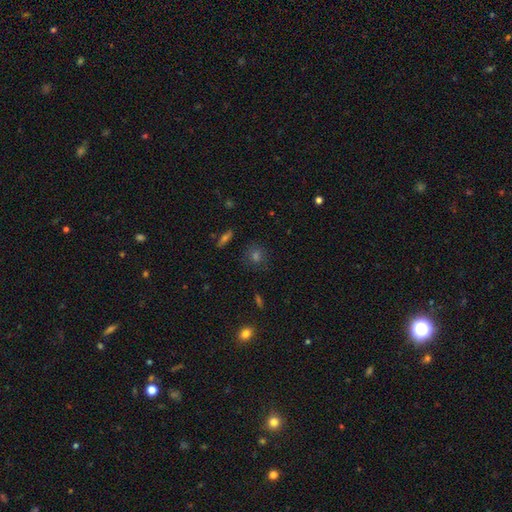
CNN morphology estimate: A smooth galaxy with no disk features (60%) that is round (85%). Merging: none (84%).